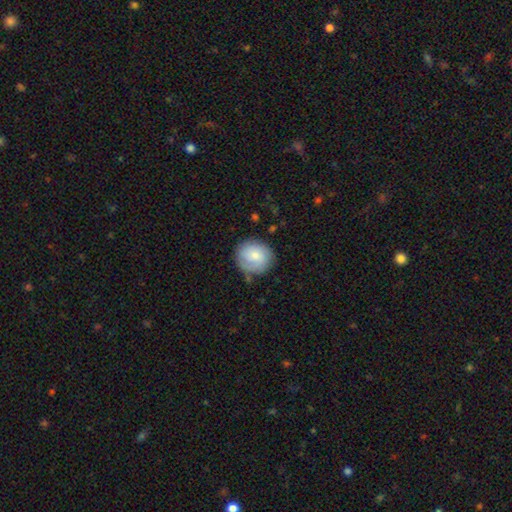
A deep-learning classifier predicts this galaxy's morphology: A smooth galaxy with no disk features (69%) that is round (85%). Merging: none (76%).